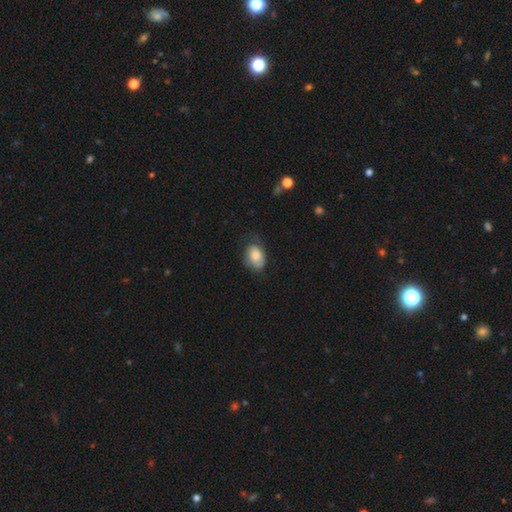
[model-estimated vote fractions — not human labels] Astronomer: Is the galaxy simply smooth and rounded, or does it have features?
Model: smooth — 75%.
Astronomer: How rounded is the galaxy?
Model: in between — 80%.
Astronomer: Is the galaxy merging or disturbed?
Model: none — 57%.